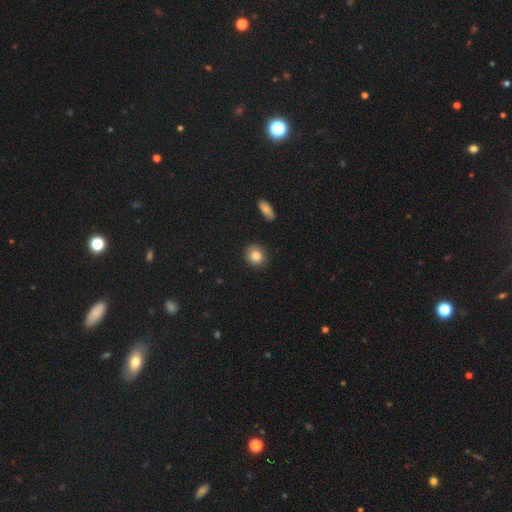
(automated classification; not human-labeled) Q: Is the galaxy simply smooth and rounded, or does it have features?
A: smooth — 84%.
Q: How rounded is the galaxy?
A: round — 80%.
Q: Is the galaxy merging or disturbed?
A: none — 88%.